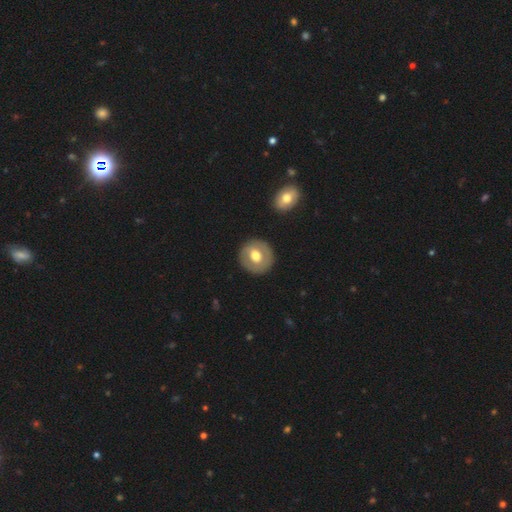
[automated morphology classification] The model was most divided on "smooth or featured": smooth: 56%, featured or disk: 37%, star or artifact: 6%. More confident: how rounded — round (89%); merging — none (88%).